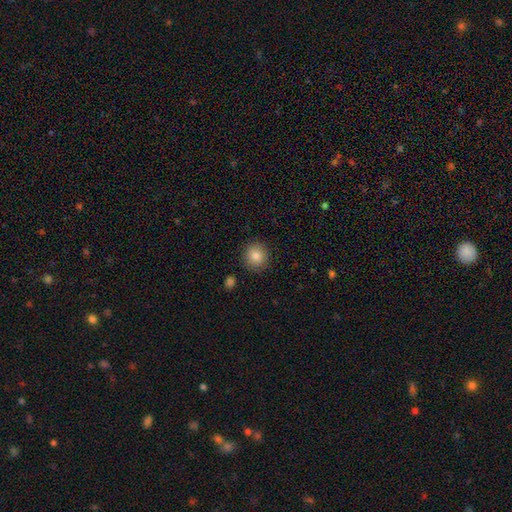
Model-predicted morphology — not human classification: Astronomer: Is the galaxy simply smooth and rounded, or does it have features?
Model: smooth — 83%.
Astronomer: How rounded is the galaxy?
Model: round — 91%.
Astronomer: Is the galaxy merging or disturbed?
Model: none — 90%.